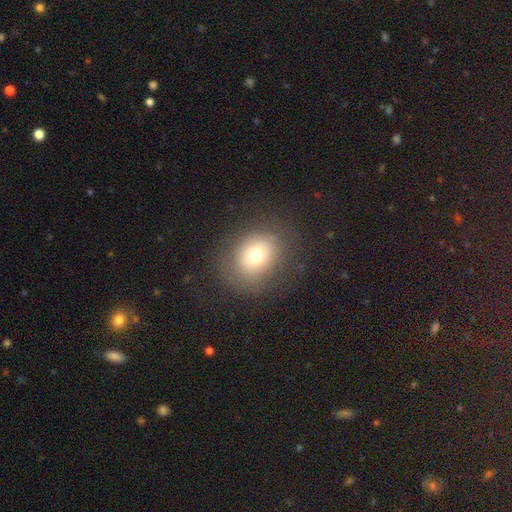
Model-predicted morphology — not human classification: The model was most divided on "how rounded": round: 56%, in between: 43%, cigar-shaped: 1%. More confident: merging — none (76%); smooth or featured — smooth (71%).